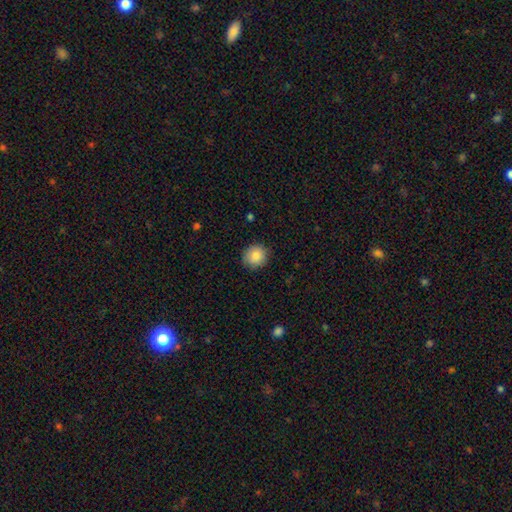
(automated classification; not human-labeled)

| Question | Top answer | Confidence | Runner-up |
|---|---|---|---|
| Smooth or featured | smooth | 85% | star or artifact (8%) |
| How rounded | round | 90% | in between (9%) |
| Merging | none | 87% | minor disturbance (10%) |